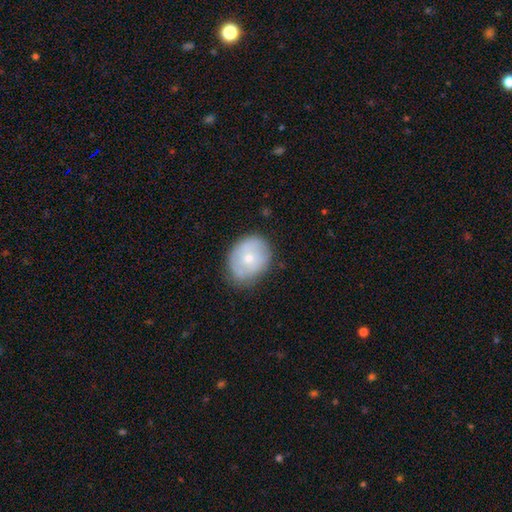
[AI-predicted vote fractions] smooth 51%, featured or disk 42%, star or artifact 7%. Down the decision tree: how rounded — round (52%); merging — none (66%).